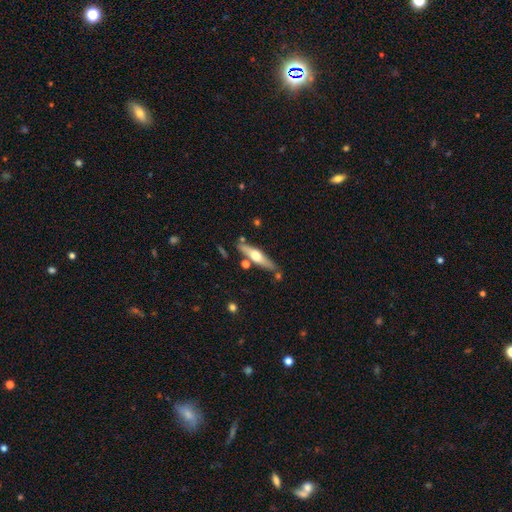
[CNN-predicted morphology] Overall: featured or disk (54%; smooth 40%). Edge-on disk: yes (91%). Merging: none (78%).